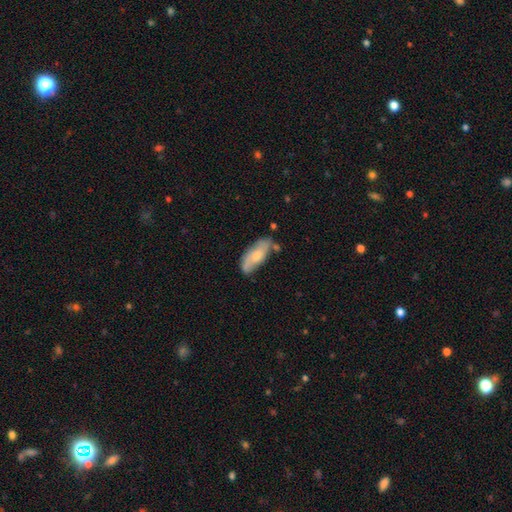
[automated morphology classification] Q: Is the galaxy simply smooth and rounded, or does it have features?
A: smooth — 53%.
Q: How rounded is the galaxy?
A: in between — 78%.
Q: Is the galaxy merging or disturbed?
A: none — 61%.